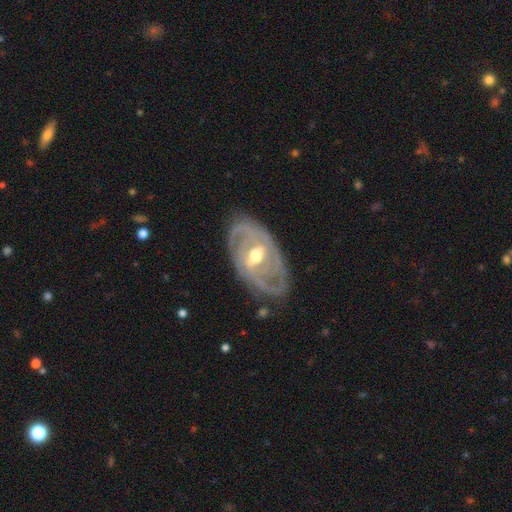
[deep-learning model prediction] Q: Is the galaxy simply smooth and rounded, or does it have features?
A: featured or disk — 87%.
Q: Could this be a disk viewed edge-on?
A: no — 95%.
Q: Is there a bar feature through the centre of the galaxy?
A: weak — 45%.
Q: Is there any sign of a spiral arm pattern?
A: yes — 90%.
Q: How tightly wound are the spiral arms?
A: tight — 65%.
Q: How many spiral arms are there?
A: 2 — 45%.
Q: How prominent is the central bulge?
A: moderate — 73%.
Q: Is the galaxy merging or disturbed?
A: none — 77%.